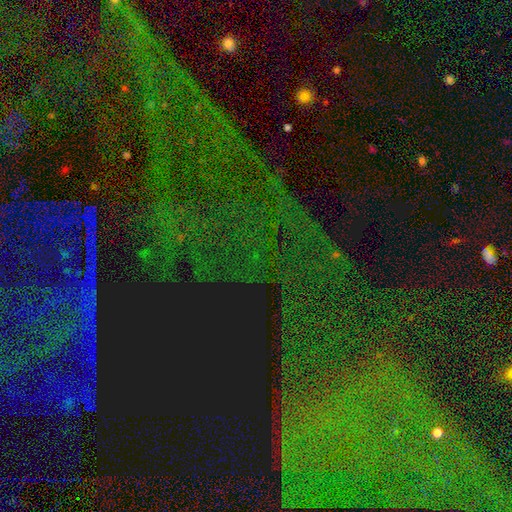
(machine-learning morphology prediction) This appears to be a star or artifact, not a galaxy (79%).